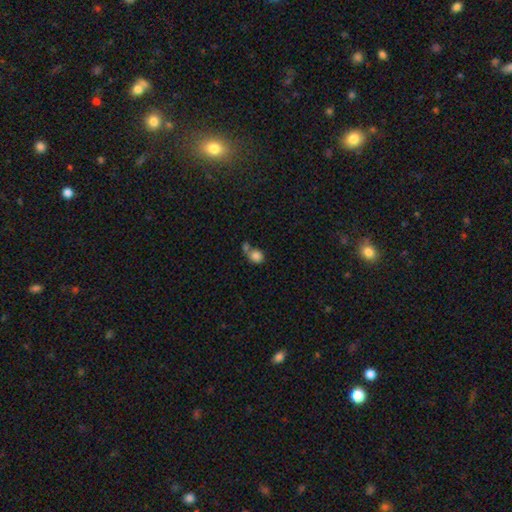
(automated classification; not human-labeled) smooth_or_featured: smooth (p=0.83) [alt: star or artifact p=0.09]
how_rounded: round (p=0.76) [alt: in between p=0.23]
merging: merger (p=0.45) [alt: none p=0.38]